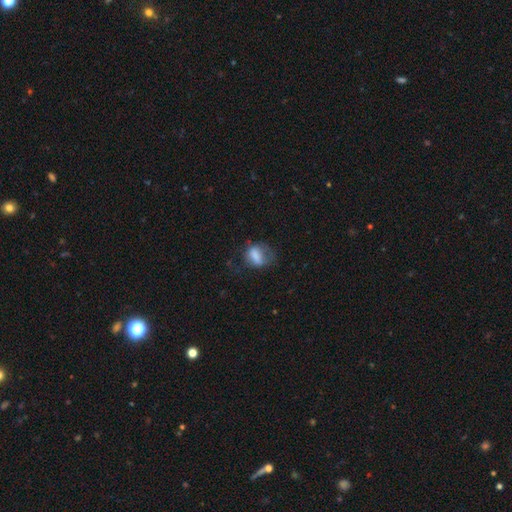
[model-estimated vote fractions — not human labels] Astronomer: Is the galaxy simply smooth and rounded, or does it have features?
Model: smooth — 69%.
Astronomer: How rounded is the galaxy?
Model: in between — 67%.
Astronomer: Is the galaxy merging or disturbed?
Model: none — 43% (runner-up: minor disturbance, 28%).